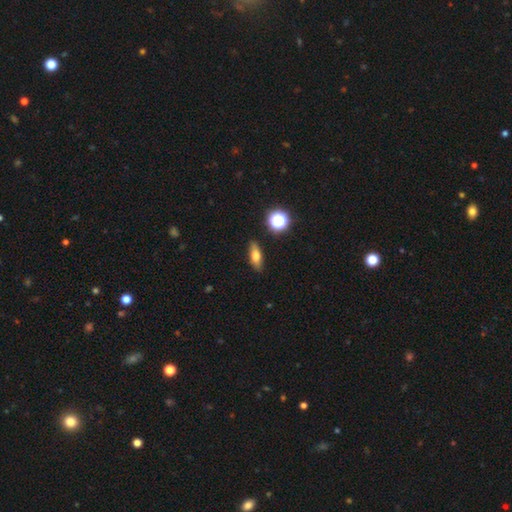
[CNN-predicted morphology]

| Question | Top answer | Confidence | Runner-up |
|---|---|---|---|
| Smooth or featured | smooth | 68% | featured or disk (21%) |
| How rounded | in between | 63% | cigar-shaped (29%) |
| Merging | none | 84% | minor disturbance (11%) |